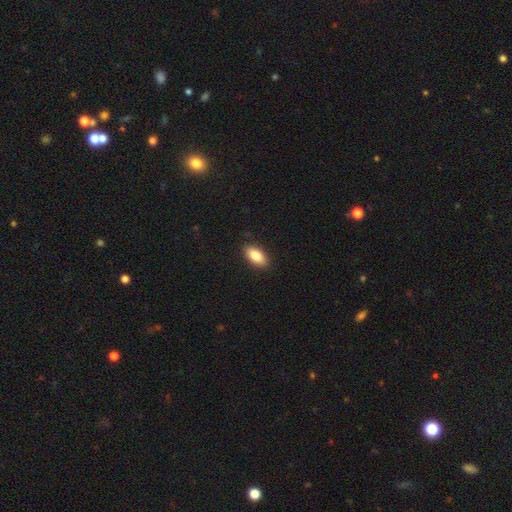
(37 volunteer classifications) smooth-or-featured: smooth: 97% | star or artifact: 3% | featured or disk: 0%
  how-rounded: in between: 97% | cigar-shaped: 3% | round: 0%
  merging: none: 86% | minor disturbance: 14% | major disturbance: 0% | merger: 0%